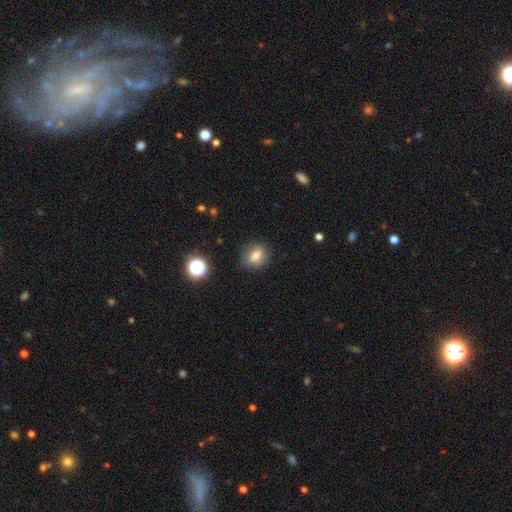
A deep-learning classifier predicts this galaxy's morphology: Smooth or featured?
  - smooth: 72% *
  - featured or disk: 15%
  - star or artifact: 12%
How rounded?
  - in between: 50% *
  - round: 48%
  - cigar-shaped: 2%
Merging?
  - none: 79% *
  - minor disturbance: 15%
  - major disturbance: 4%
  - merger: 2%